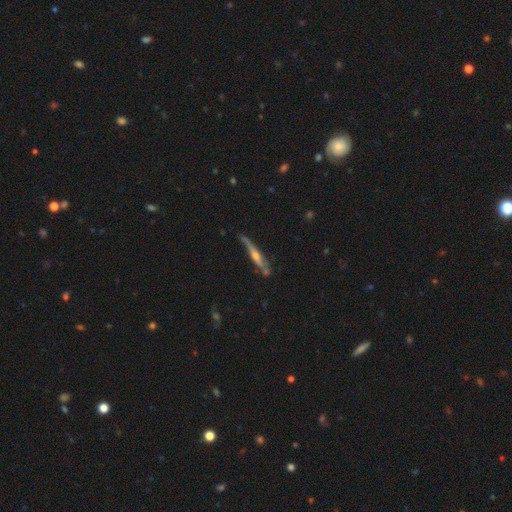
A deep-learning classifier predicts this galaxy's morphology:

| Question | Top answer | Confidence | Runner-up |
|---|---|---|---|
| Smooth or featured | featured or disk | 66% | smooth (28%) |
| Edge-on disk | yes | 93% | no (7%) |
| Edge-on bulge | rounded | 79% | none (15%) |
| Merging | none | 67% | minor disturbance (22%) |